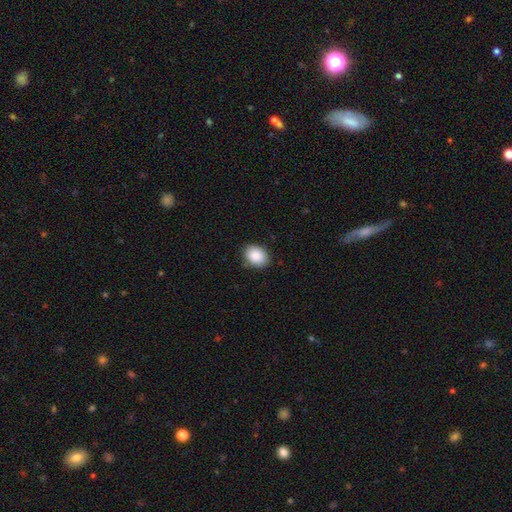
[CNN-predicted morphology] The model was most divided on "how rounded": in between: 71%, round: 28%, cigar-shaped: 1%. More confident: smooth or featured — smooth (88%); merging — none (86%).